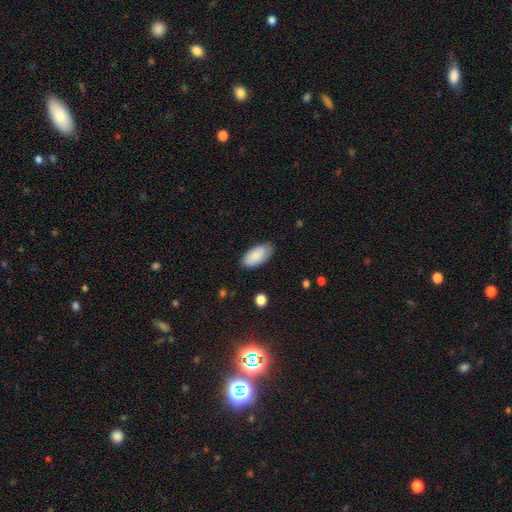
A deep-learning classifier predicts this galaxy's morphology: Overall: smooth (84%). How rounded: in between (94%). Merging: none (81%).